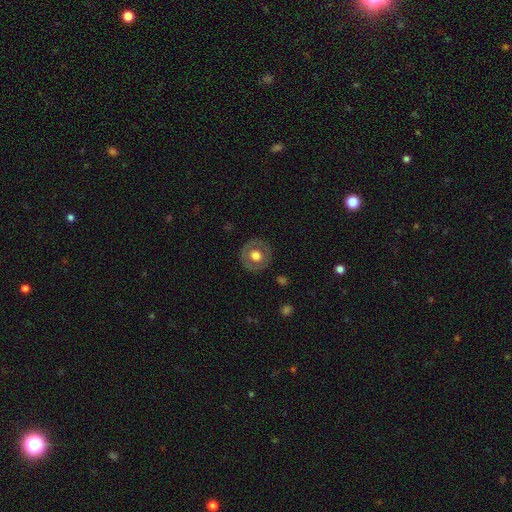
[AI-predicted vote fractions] smooth 54%, featured or disk 39%, star or artifact 7%. Down the decision tree: how rounded — round (90%); merging — none (85%).